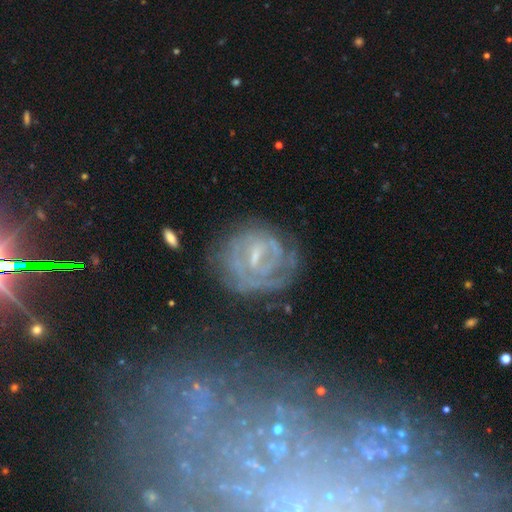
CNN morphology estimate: smooth_or_featured: featured or disk (p=0.76) [alt: smooth p=0.14]
disk_edge_on: no (p=0.97) [alt: yes p=0.03]
bar: weak (p=0.50) [alt: strong p=0.29]
has_spiral_arms: yes (p=0.80) [alt: no p=0.20]
spiral_winding: tight (p=0.67) [alt: medium p=0.25]
spiral_arm_count: can't tell (p=0.47) [alt: 2 p=0.25]
bulge_size: small (p=0.53) [alt: moderate p=0.24]
merging: none (p=0.63) [alt: minor disturbance p=0.20]